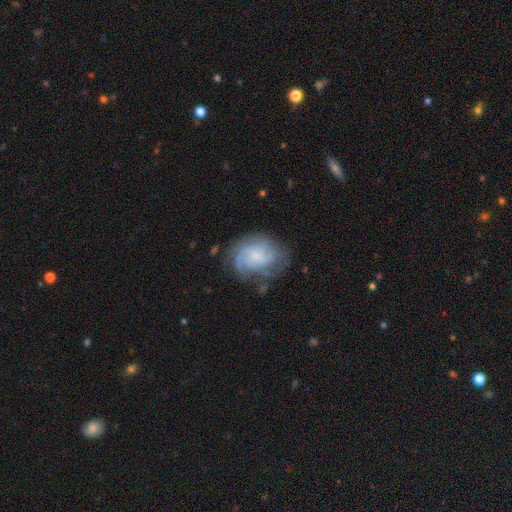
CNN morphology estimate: smooth-or-featured: featured or disk: 75% | smooth: 17% | star or artifact: 8%
  disk-edge-on: no: 98% | yes: 2%
    bar: no: 68% | weak: 28% | strong: 4%
    has-spiral-arms: yes: 93% | no: 7%
      spiral-winding: tight: 56% | medium: 34% | loose: 10%
      spiral-arm-count: can't tell: 35% | 3: 22% | 2: 22% | 4: 10% | 1: 6% | more than 4: 5%
    bulge-size: small: 62% | moderate: 19% | none: 15% | large: 3% | dominant: 1%
  merging: none: 68% | minor disturbance: 20% | major disturbance: 10% | merger: 2%